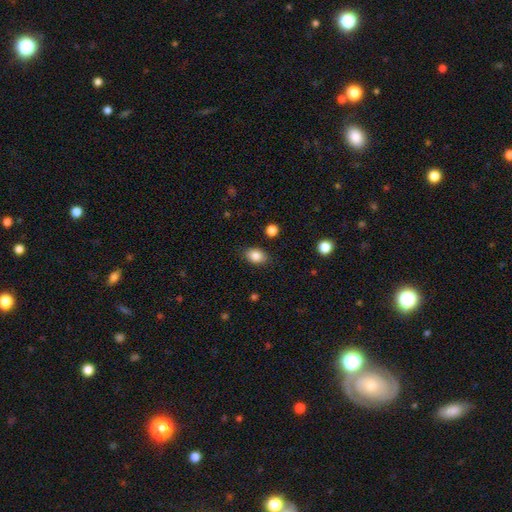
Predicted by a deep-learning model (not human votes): This appears to be a smooth galaxy with no disk features (86%) that is in between round and cigar-shaped (77%). Merging: none (85%).